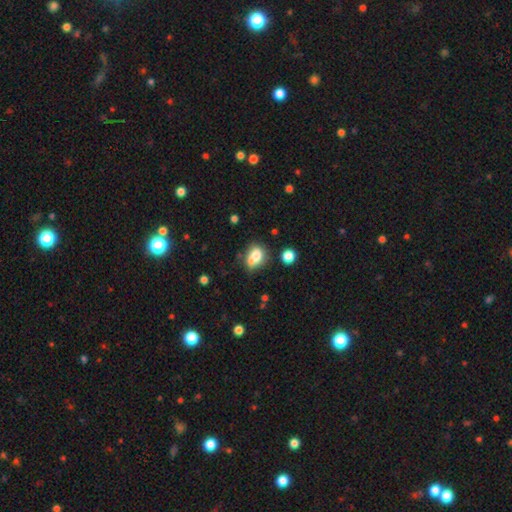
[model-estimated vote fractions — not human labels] This is likely a smooth galaxy (75%). How rounded: possibly in between (59%). Merging: marginally none (43%).